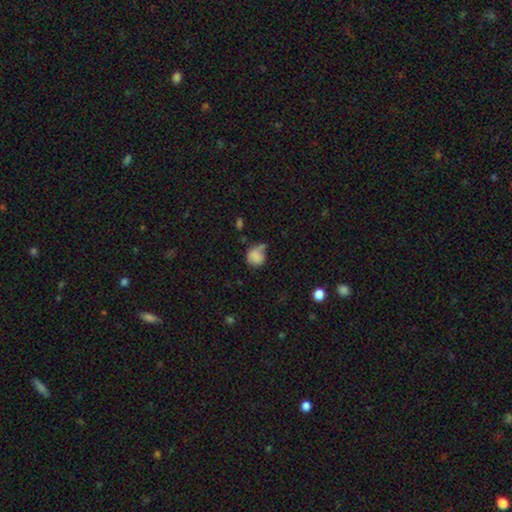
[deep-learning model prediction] Morphology: type=smooth (81%); roundness=round (76%); merging=none (43%).